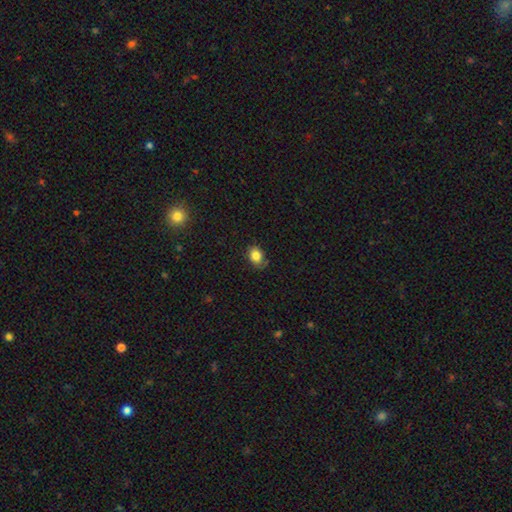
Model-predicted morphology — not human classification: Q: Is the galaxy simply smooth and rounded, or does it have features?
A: smooth — 83%.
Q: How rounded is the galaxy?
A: in between — 62%.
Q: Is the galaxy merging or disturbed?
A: none — 71%.